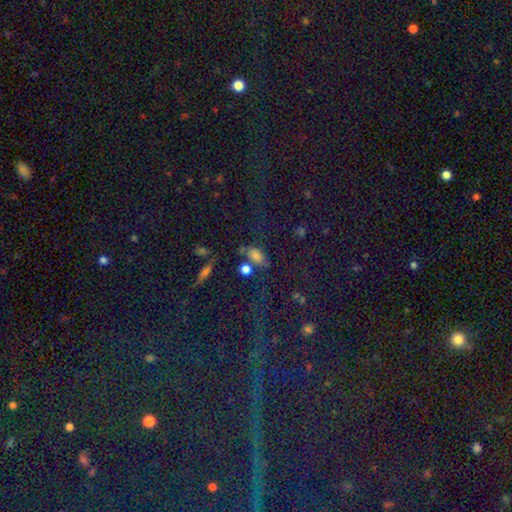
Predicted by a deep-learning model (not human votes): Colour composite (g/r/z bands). It shows a smooth galaxy with no disk features (69%) that is in between round and cigar-shaped (82%). Merging: none (58%).